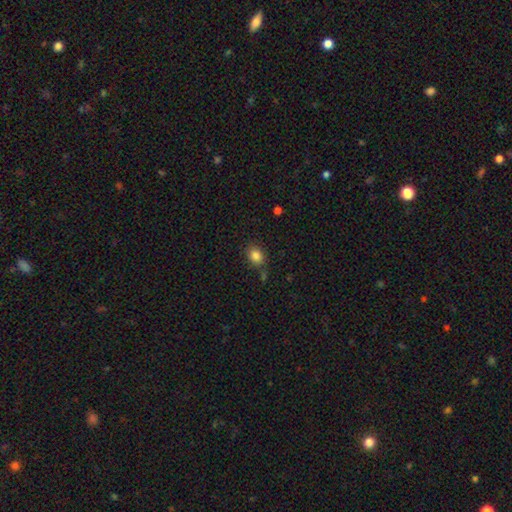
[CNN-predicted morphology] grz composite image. It shows a smooth galaxy with no disk features (85%) that is in between round and cigar-shaped (52%). Merging: none (76%).